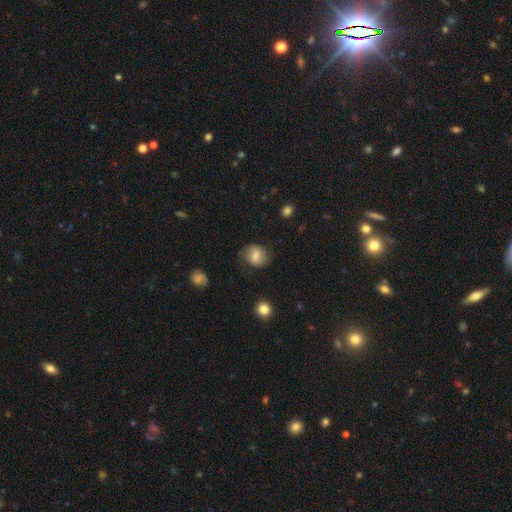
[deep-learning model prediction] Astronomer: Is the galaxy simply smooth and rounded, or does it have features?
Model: smooth — 75%.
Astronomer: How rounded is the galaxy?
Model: round — 61% (runner-up: in between, 38%).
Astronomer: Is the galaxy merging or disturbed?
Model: none — 72%.